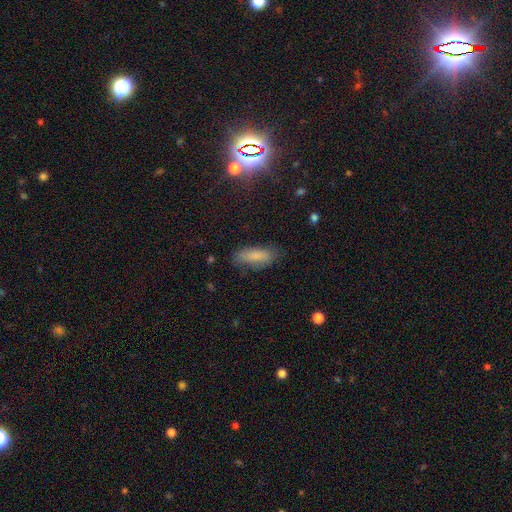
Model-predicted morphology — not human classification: Smooth or featured? smooth (78%)
How rounded? in between (63%)
Merging? none (76%)